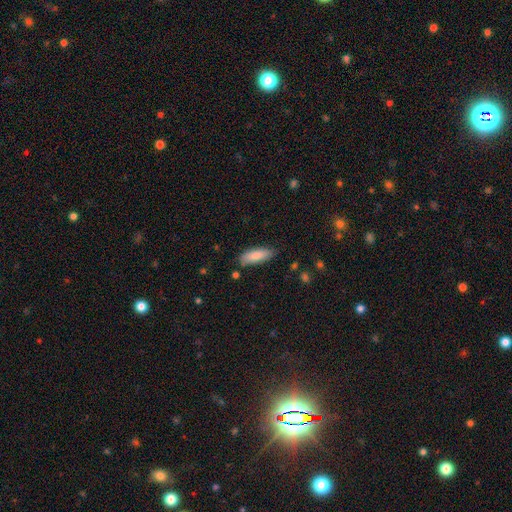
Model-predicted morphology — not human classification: Q: Smooth or featured?
A: smooth (84%); runner-up: featured or disk (10%)
Q: How rounded?
A: in between (60%); runner-up: cigar-shaped (38%)
Q: Merging?
A: none (80%); runner-up: minor disturbance (15%)